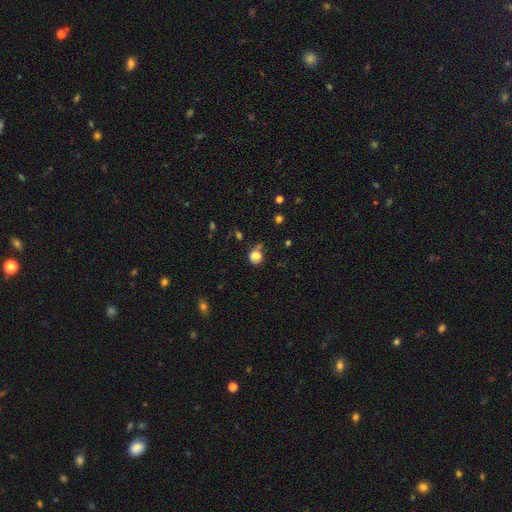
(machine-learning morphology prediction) Smooth or featured: smooth — 80% (star or artifact — 11%)
How rounded: round — 78% (in between — 21%)
Merging: none — 54% (minor disturbance — 26%)